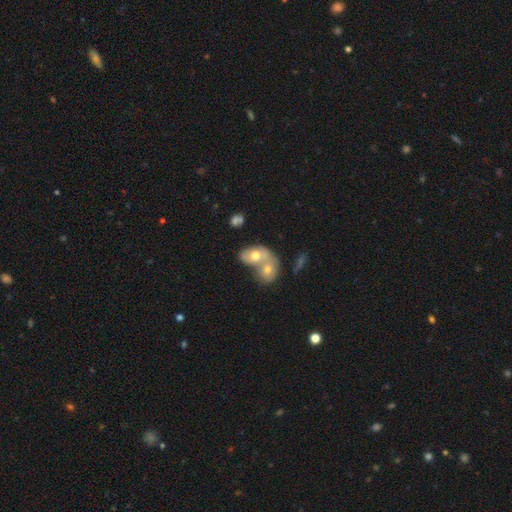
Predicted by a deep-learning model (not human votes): Overall: smooth (52%; featured or disk 37%). How rounded: in between (69%). Merging: merger (74%).